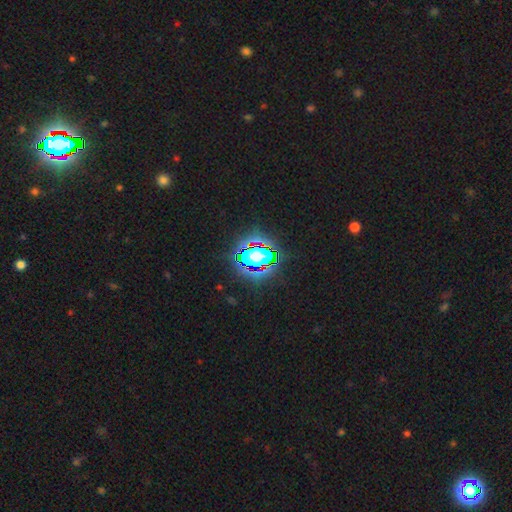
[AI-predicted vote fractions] Smooth or featured? Predicted: star or artifact (p=0.60).